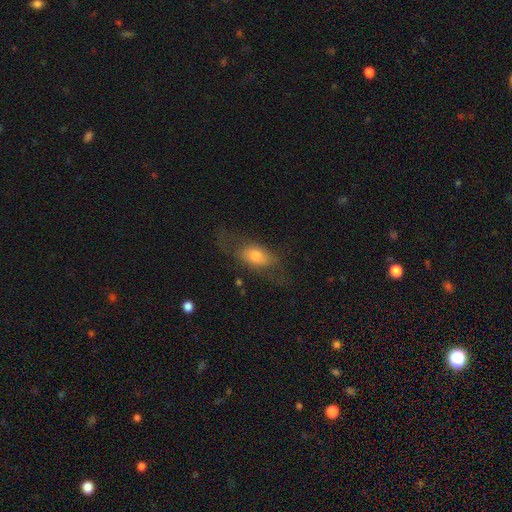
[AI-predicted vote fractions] smooth_or_featured: smooth (p=0.58) [alt: featured or disk p=0.33]
how_rounded: in between (p=0.75) [alt: cigar-shaped p=0.18]
merging: none (p=0.53) [alt: major disturbance p=0.23]